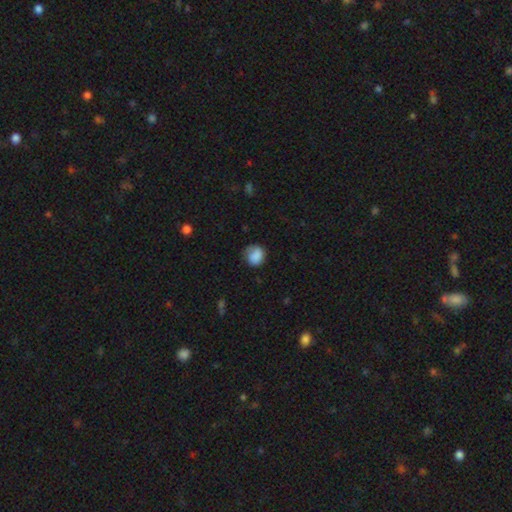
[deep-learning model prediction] Smooth or featured? smooth (80%)
How rounded? round (72%)
Merging? none (56%)